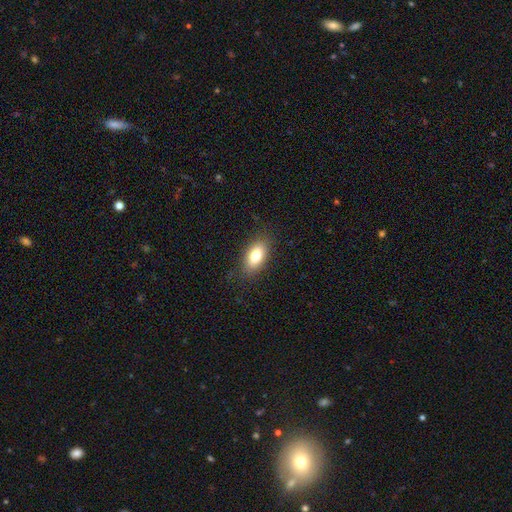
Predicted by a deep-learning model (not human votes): Smooth or featured?
  - smooth: 80% *
  - featured or disk: 12%
  - star or artifact: 8%
How rounded?
  - in between: 89% *
  - cigar-shaped: 6%
  - round: 5%
Merging?
  - none: 85% *
  - minor disturbance: 11%
  - major disturbance: 3%
  - merger: 1%